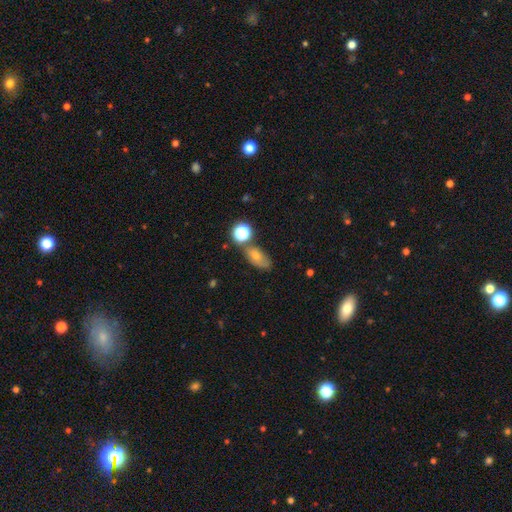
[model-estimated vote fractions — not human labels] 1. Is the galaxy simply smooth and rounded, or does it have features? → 58% smooth, 23% featured or disk, 20% star or artifact.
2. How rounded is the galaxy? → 78% in between, 16% round, 6% cigar-shaped.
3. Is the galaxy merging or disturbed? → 59% none, 21% minor disturbance, 13% merger, 7% major disturbance.